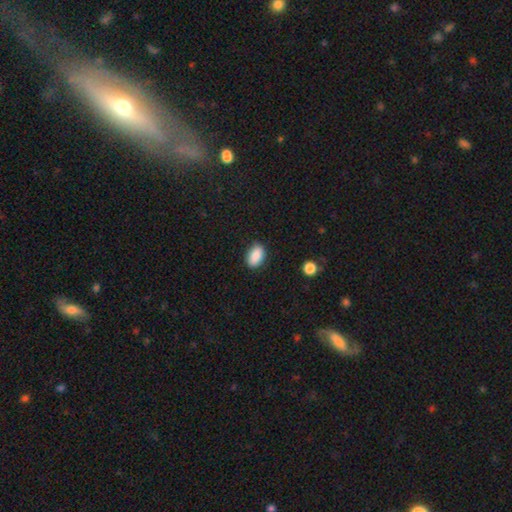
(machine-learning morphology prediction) Smooth or featured? Predicted: smooth (p=0.88). How rounded? Predicted: in between (p=0.90). Merging? Predicted: none (p=0.86).